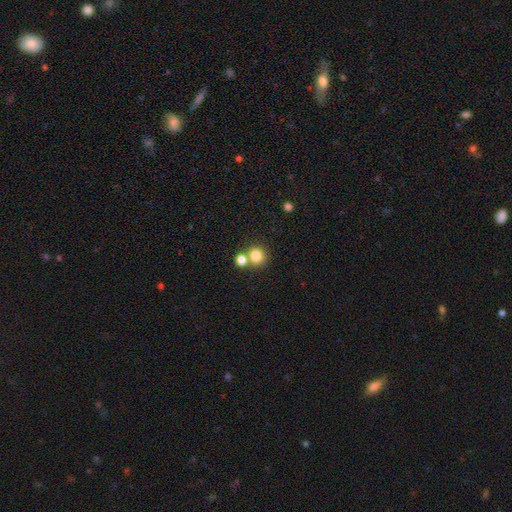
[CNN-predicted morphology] The model was most divided on "merging": none: 61%, merger: 29%, minor disturbance: 7%, major disturbance: 3%. More confident: how rounded — round (89%); smooth or featured — smooth (81%).